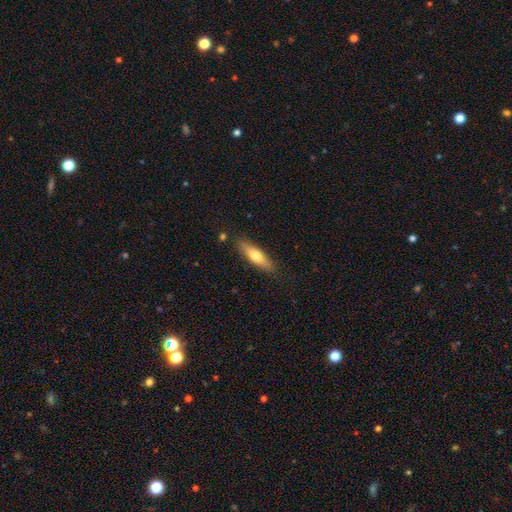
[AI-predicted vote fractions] Morphology: type=smooth (63%); roundness=cigar-shaped (65%); merging=none (85%).